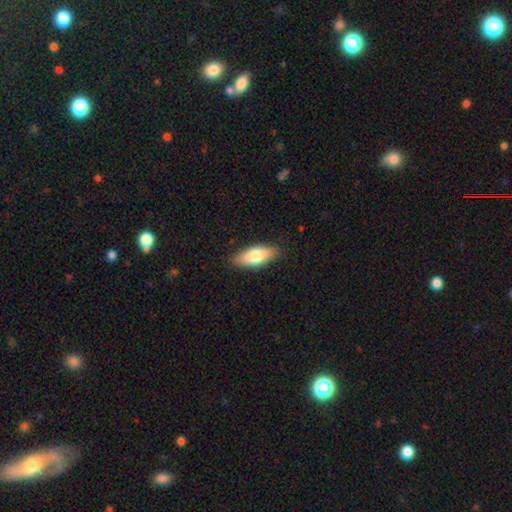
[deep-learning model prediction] A smooth galaxy with no disk features (76%) that is in between round and cigar-shaped (80%). Merging: none (87%).